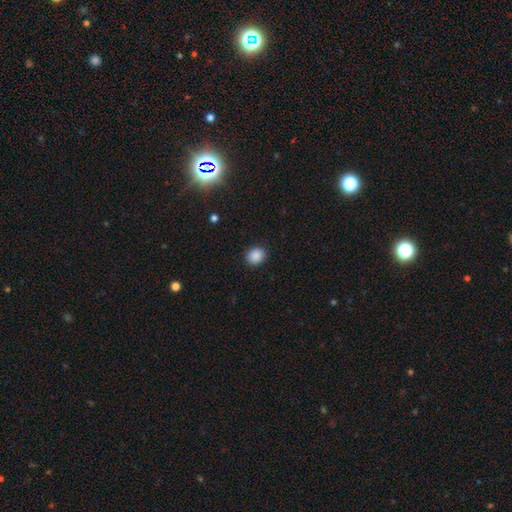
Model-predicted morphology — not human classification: smooth_or_featured: smooth (p=0.88) [alt: star or artifact p=0.09]
how_rounded: round (p=0.68) [alt: in between p=0.31]
merging: none (p=0.90) [alt: minor disturbance p=0.07]